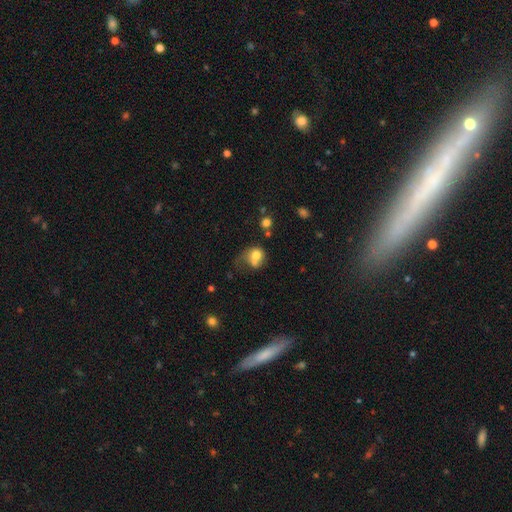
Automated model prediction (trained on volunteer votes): This is likely a smooth galaxy (70%). How rounded: possibly round (60%). Merging: marginally merger (30%).